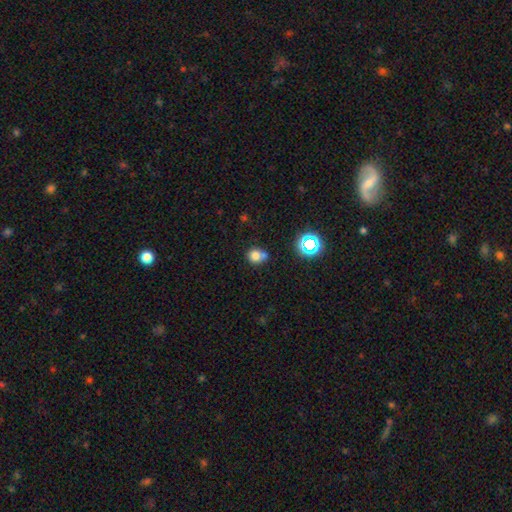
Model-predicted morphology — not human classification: Smooth or featured? Predicted: smooth (p=0.75). How rounded? Predicted: round (p=0.83). Merging? Predicted: none (p=0.52).